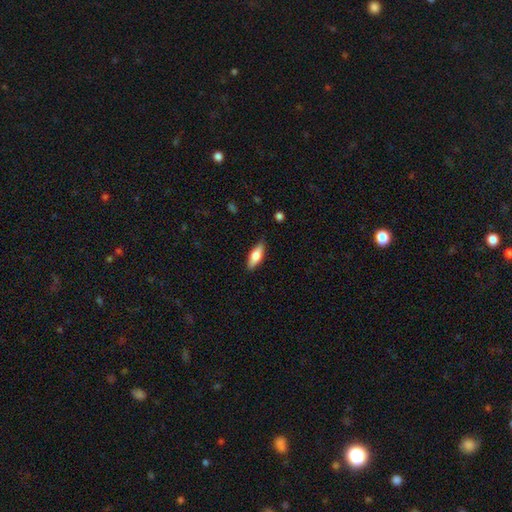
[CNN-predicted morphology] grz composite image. It shows a smooth galaxy with no disk features (71%) that is in between round and cigar-shaped (65%). Merging: none (86%).